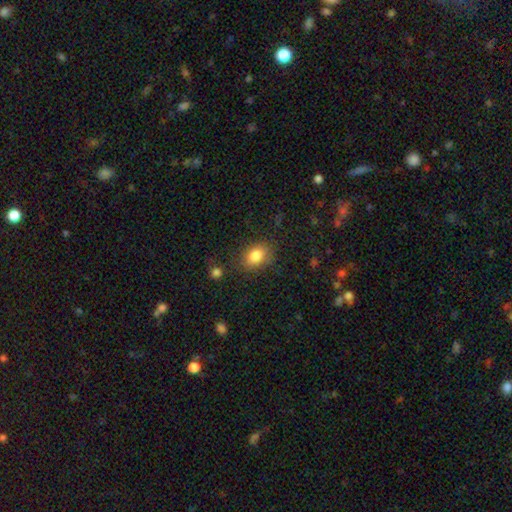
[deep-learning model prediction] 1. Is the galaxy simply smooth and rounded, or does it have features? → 83% smooth, 9% star or artifact, 8% featured or disk.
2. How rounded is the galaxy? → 74% in between, 25% round, 1% cigar-shaped.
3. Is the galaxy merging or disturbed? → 78% none, 15% minor disturbance, 5% major disturbance, 2% merger.